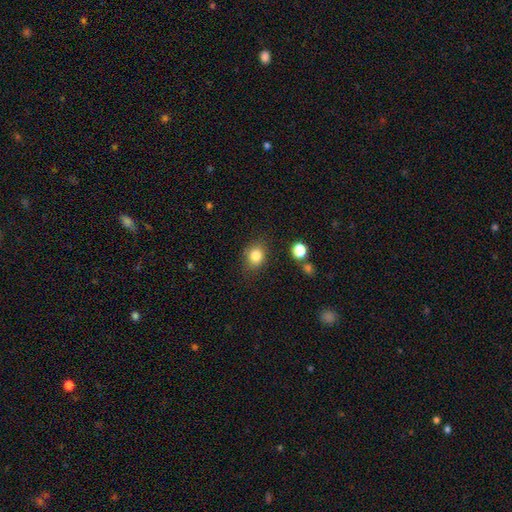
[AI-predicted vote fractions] The model was most divided on "how rounded": round: 58%, in between: 41%, cigar-shaped: 1%. More confident: smooth or featured — smooth (84%); merging — none (80%).